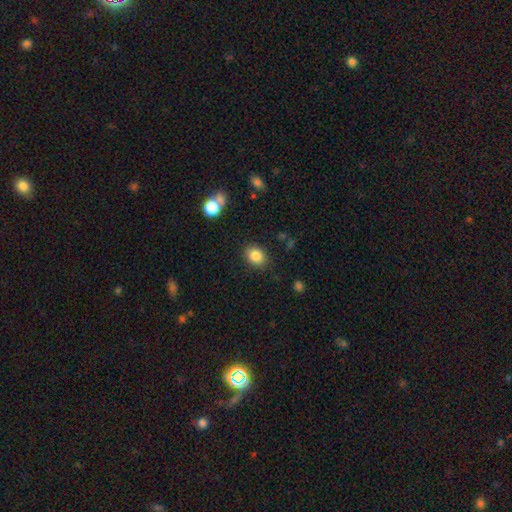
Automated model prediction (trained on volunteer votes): This appears to be a smooth galaxy with no disk features (84%) that is in between round and cigar-shaped (54%). Merging: none (86%).